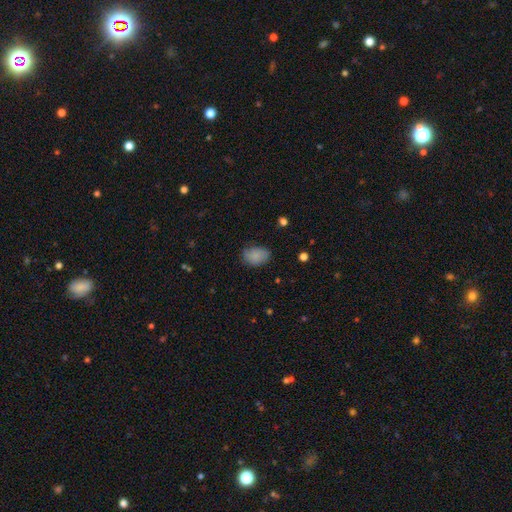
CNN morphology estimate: Smooth or featured? smooth (85%)
How rounded? in between (80%)
Merging? none (77%)